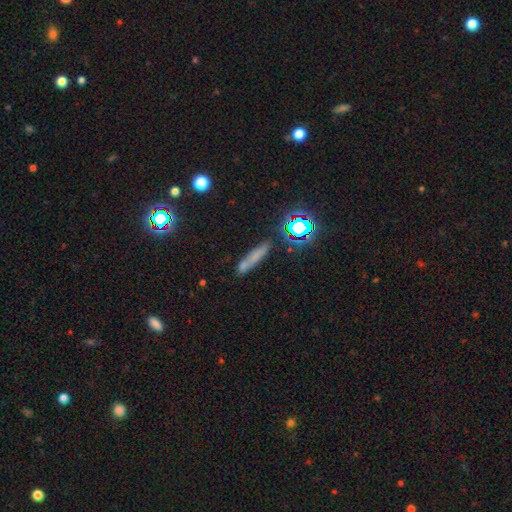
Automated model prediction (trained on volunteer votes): smooth-or-featured: smooth: 62% | star or artifact: 21% | featured or disk: 17%
  how-rounded: cigar-shaped: 84% | in between: 12% | round: 4%
  merging: none: 70% | minor disturbance: 17% | merger: 7% | major disturbance: 5%